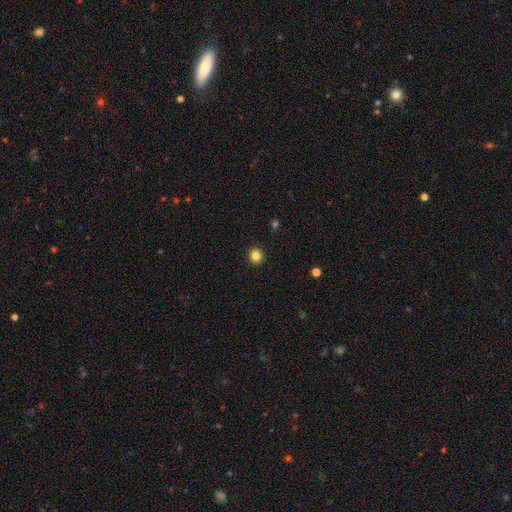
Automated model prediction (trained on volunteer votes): smooth 84%, star or artifact 12%, featured or disk 4%. Down the decision tree: how rounded — round (92%); merging — none (93%).